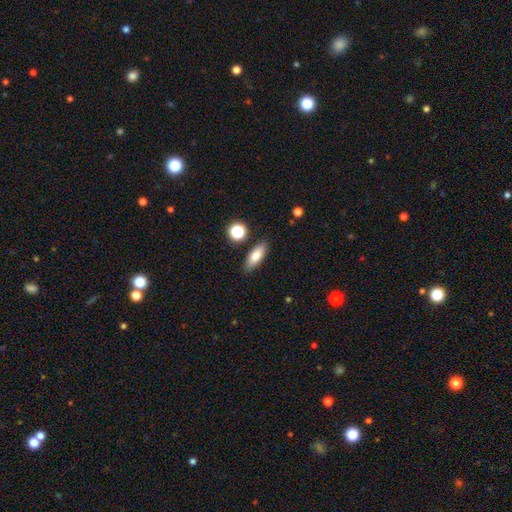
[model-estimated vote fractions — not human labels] smooth_or_featured: smooth (p=0.78) [alt: featured or disk p=0.13]
how_rounded: in between (p=0.63) [alt: cigar-shaped p=0.32]
merging: none (p=0.85) [alt: minor disturbance p=0.09]